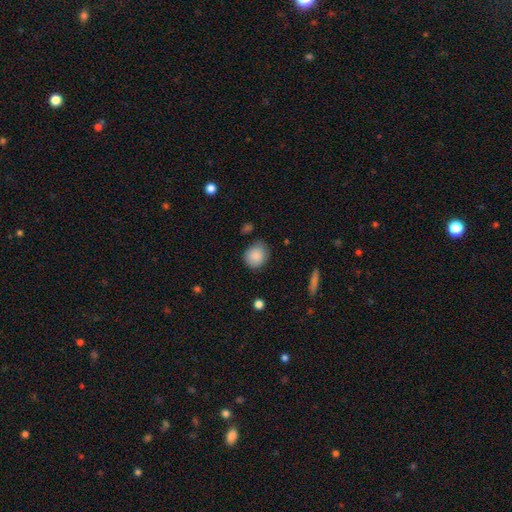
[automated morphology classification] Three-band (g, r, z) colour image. It shows a smooth galaxy with no disk features (87%) that is round (70%). Merging: none (79%).